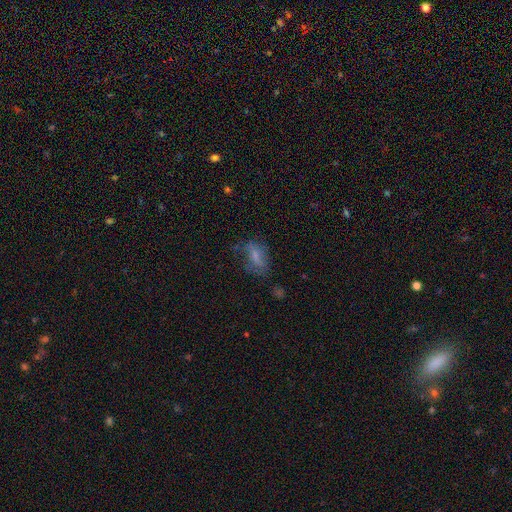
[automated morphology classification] This is possibly a smooth galaxy (56%). How rounded: clearly in between (83%). Merging: possibly none (46%).